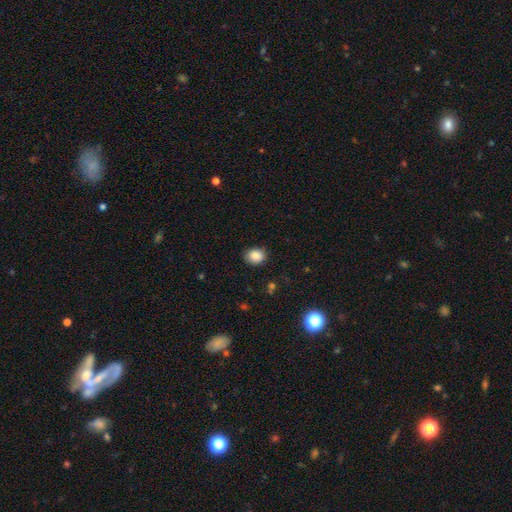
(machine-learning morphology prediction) This appears to be a smooth galaxy with no disk features (86%) that is round (61%). Merging: none (85%).